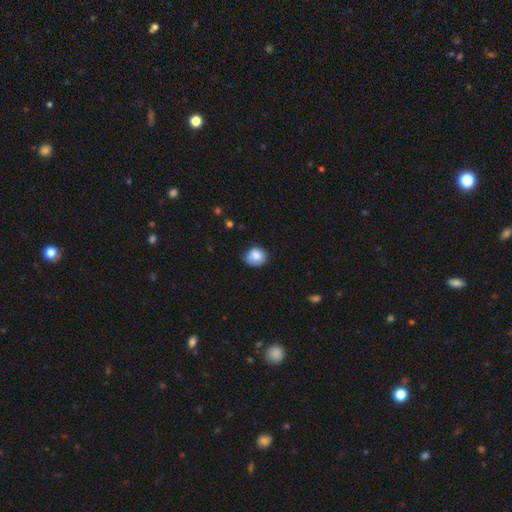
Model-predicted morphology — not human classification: Q: Smooth or featured?
A: smooth (83%); runner-up: featured or disk (9%)
Q: How rounded?
A: round (74%); runner-up: in between (25%)
Q: Merging?
A: none (63%); runner-up: minor disturbance (29%)